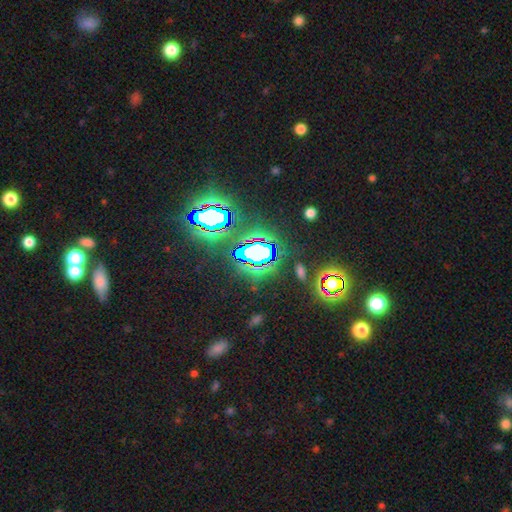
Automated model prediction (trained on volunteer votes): The model was most divided on "smooth or featured": star or artifact: 75%, smooth: 15%, featured or disk: 10%.